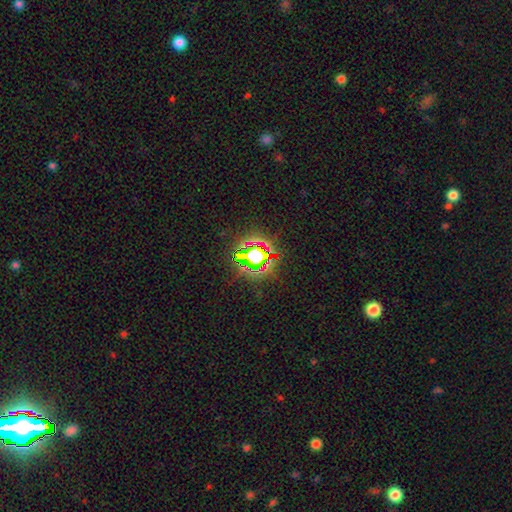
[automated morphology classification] A star or artifact, not a galaxy (70%).